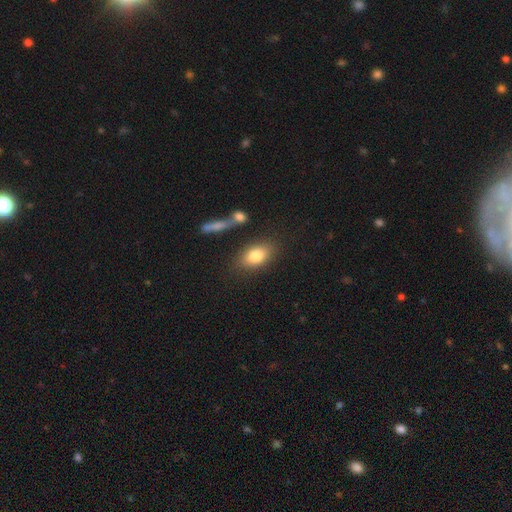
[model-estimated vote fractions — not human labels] A smooth galaxy with no disk features (79%) that is in between round and cigar-shaped (83%).

Vote fractions:
- Smooth or featured? smooth: 79% / featured or disk: 13% / star or artifact: 8%
- How rounded? in between: 83% / round: 12% / cigar-shaped: 5%
- Merging? none: 75% / minor disturbance: 12% / merger: 9% / major disturbance: 5%